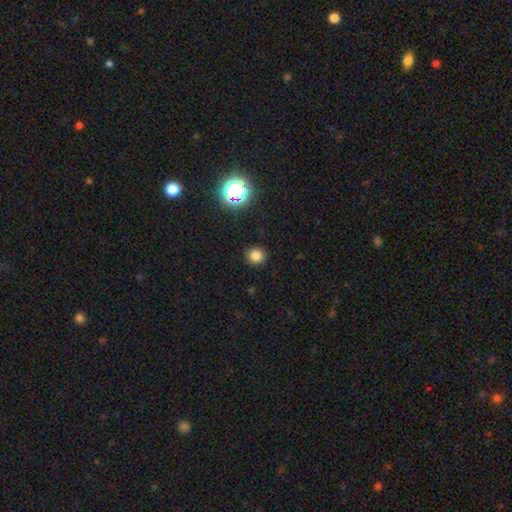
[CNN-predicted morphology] Smooth or featured?
  - smooth: 80% *
  - star or artifact: 16%
  - featured or disk: 5%
How rounded?
  - round: 91% *
  - in between: 8%
  - cigar-shaped: 1%
Merging?
  - none: 92% *
  - minor disturbance: 5%
  - major disturbance: 2%
  - merger: 1%